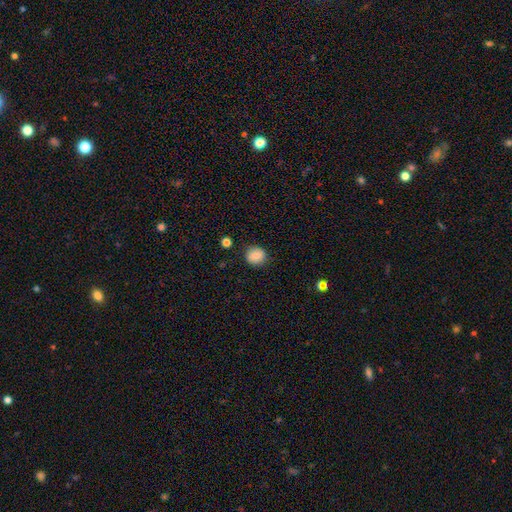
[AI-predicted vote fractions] This is clearly a smooth galaxy (84%). How rounded: likely round (78%). Merging: clearly none (85%).